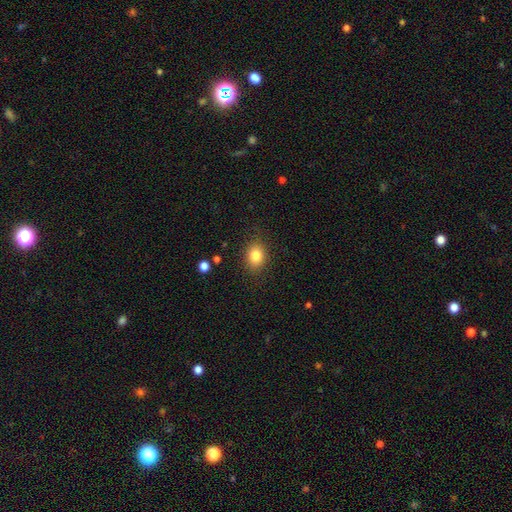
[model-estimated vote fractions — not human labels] Q: Smooth or featured?
A: smooth (83%); runner-up: star or artifact (10%)
Q: How rounded?
A: in between (54%); runner-up: round (45%)
Q: Merging?
A: none (86%); runner-up: minor disturbance (10%)